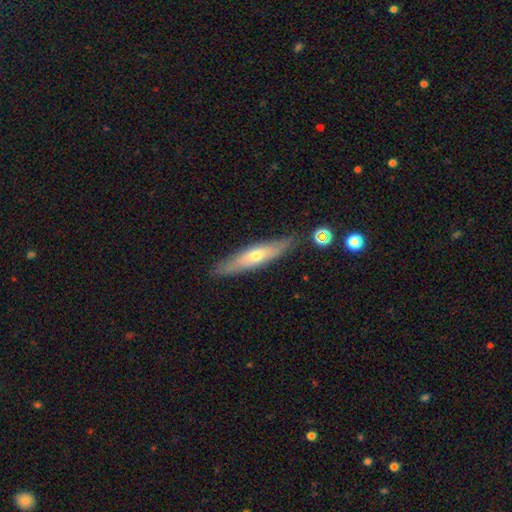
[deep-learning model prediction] Smooth or featured? featured or disk (48%)
Merging? none (82%)